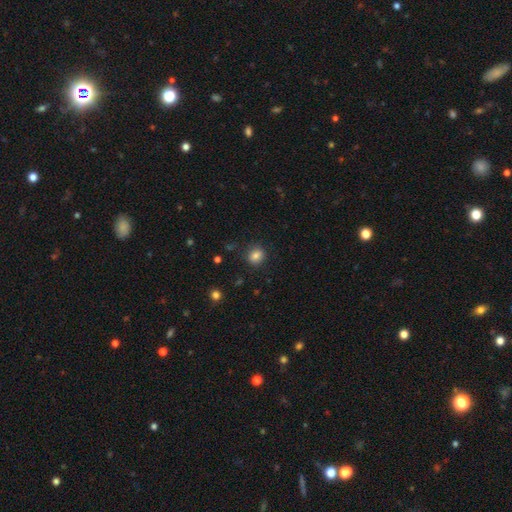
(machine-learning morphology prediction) This is clearly a smooth galaxy (82%). How rounded: likely round (68%). Merging: clearly none (87%).